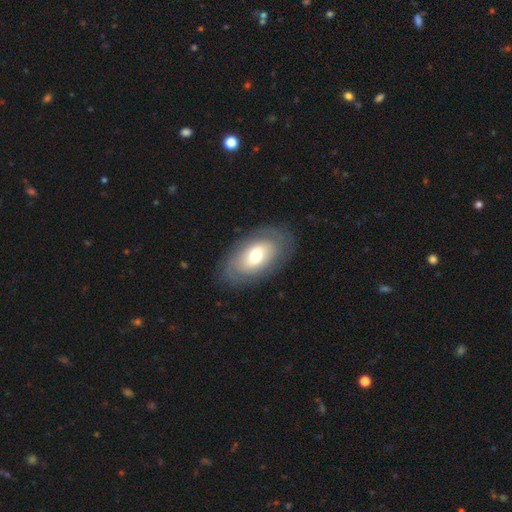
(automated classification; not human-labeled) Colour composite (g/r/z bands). It shows a smooth galaxy with no disk features (48%). Merging: none (81%).